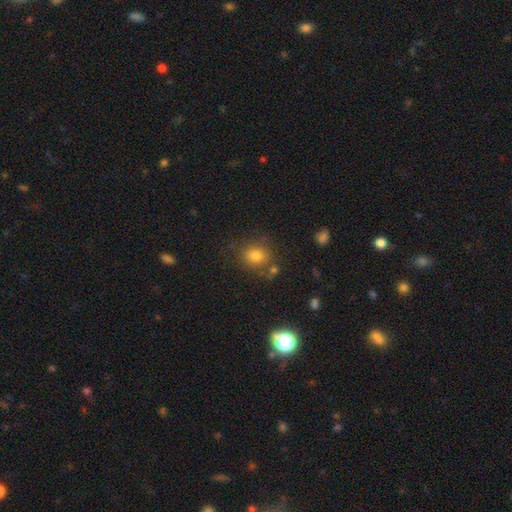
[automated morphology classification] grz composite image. It shows a smooth galaxy with no disk features (74%) that is round (71%). Merging: none (77%).